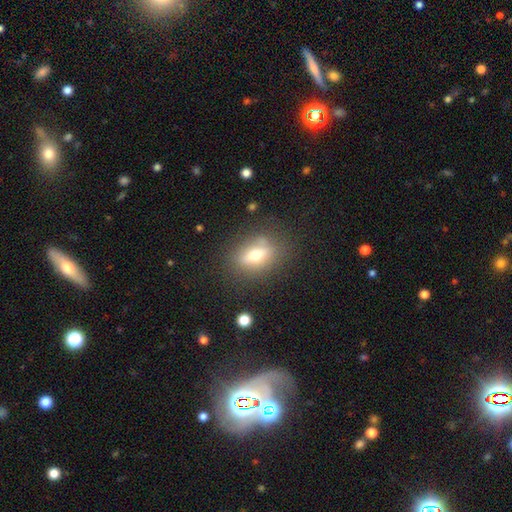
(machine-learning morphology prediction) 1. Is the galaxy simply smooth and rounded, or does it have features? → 49% smooth, 40% featured or disk, 11% star or artifact.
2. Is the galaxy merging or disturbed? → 78% none, 13% minor disturbance, 6% major disturbance, 3% merger.